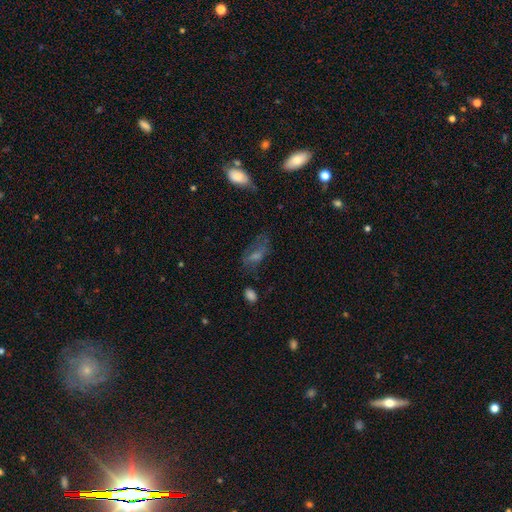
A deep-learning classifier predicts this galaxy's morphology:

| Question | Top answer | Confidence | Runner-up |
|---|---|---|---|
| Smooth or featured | smooth | 40% | featured or disk (38%) |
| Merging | none | 54% | minor disturbance (22%) |